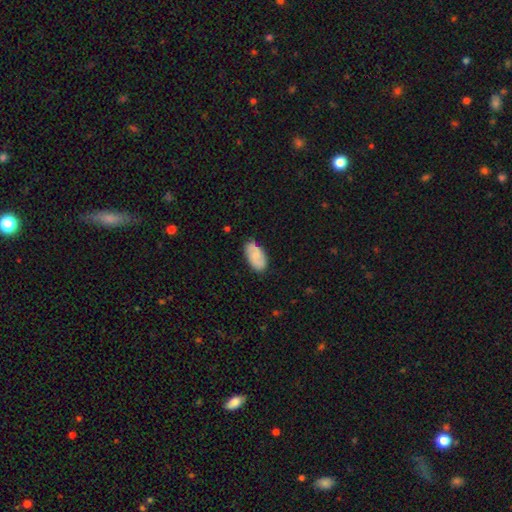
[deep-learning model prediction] The model was most divided on "smooth or featured": smooth: 66%, featured or disk: 27%, star or artifact: 6%. More confident: how rounded — in between (94%); merging — none (73%).